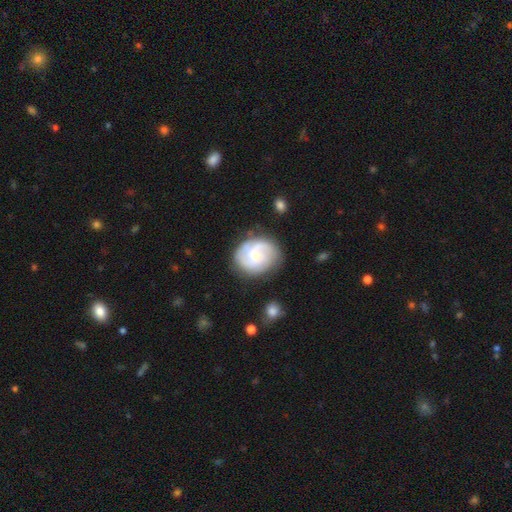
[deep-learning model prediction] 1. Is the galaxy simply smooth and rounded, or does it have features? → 68% featured or disk, 26% smooth, 6% star or artifact.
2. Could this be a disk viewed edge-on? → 98% no, 2% yes.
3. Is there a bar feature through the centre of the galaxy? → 65% no, 31% weak, 4% strong.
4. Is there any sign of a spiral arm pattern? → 92% yes, 8% no.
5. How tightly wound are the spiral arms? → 44% medium, 38% tight, 18% loose.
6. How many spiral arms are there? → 41% 2, 27% 3, 19% can't tell, 5% 1, 4% 4, 3% more than 4.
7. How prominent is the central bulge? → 59% small, 34% moderate, 3% none, 3% large, 1% dominant.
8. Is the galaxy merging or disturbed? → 73% none, 17% minor disturbance, 7% major disturbance, 3% merger.